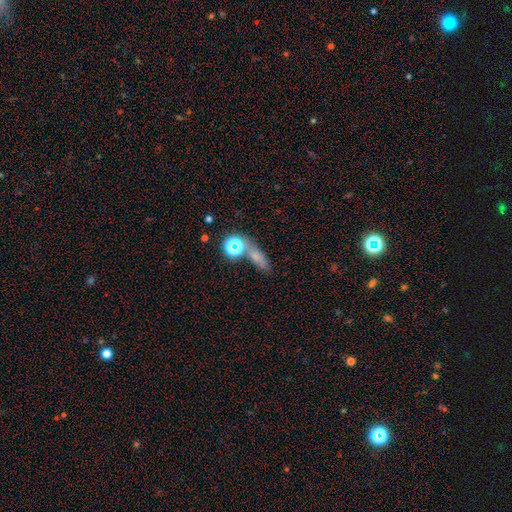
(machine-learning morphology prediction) Smooth or featured? Predicted: smooth (p=0.57). How rounded? Predicted: cigar-shaped (p=0.40). Merging? Predicted: none (p=0.61).